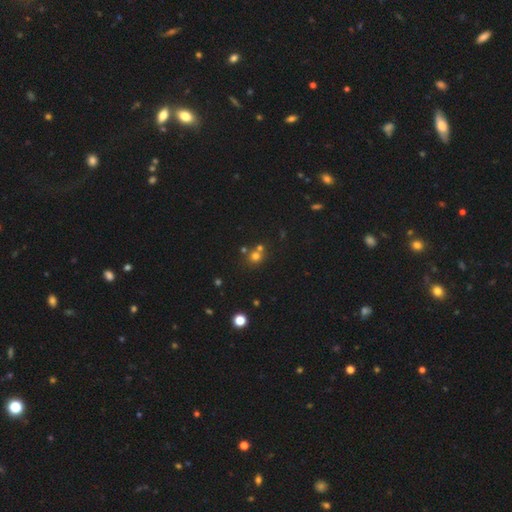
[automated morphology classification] Q: Smooth or featured?
A: smooth (67%); runner-up: star or artifact (23%)
Q: How rounded?
A: round (86%); runner-up: in between (13%)
Q: Merging?
A: none (57%); runner-up: merger (32%)